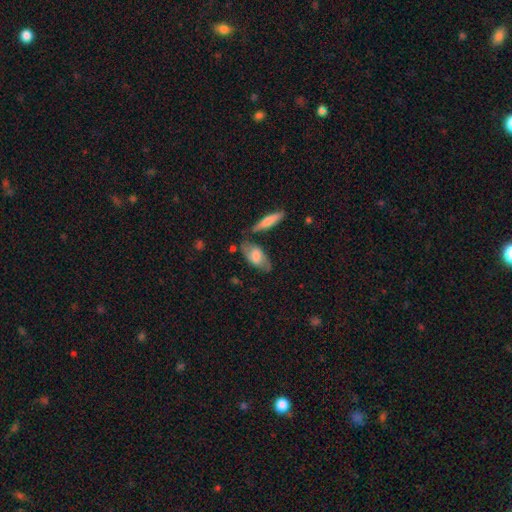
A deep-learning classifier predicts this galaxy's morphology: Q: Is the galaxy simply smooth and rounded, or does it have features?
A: smooth — 54%.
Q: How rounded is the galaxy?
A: in between — 84%.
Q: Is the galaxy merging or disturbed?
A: none — 67%.